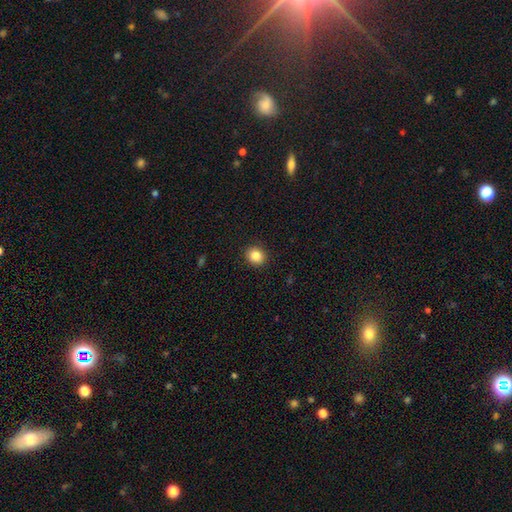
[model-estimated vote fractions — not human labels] Morphology: type=smooth (85%); roundness=round (77%); merging=none (91%).